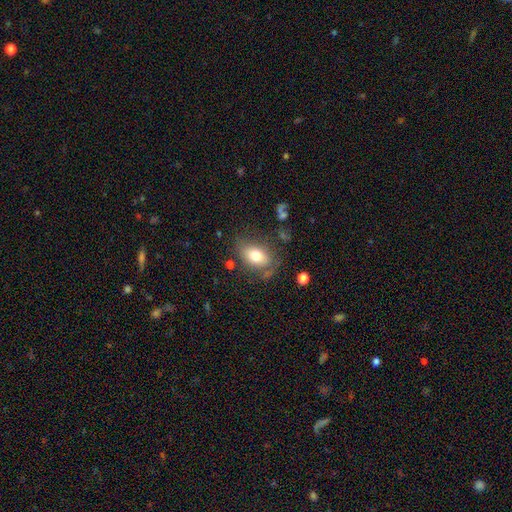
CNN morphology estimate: A smooth galaxy with no disk features (74%) that is in between round and cigar-shaped (85%). Merging: none (65%).